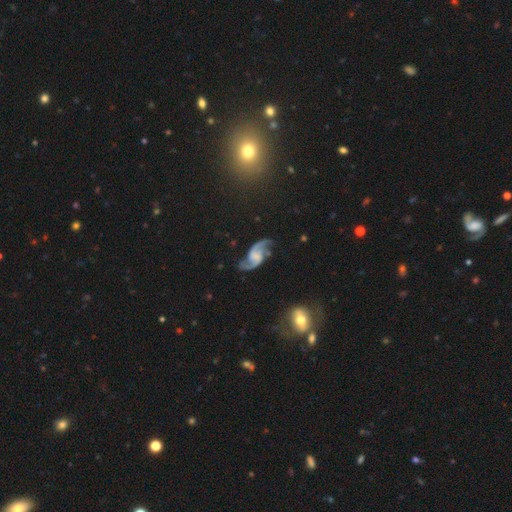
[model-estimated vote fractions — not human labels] A featured or disk galaxy (90%) with a weak bar (43%), 2 (94%) loose (61%) spiral arms (98%) and no central bulge (60%). Merging: none (71%).